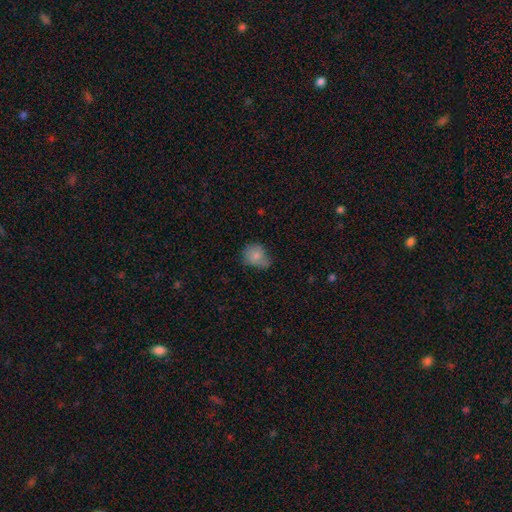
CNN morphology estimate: Smooth or featured?
  - smooth: 76% *
  - featured or disk: 15%
  - star or artifact: 9%
How rounded?
  - round: 59% *
  - in between: 40%
  - cigar-shaped: 1%
Merging?
  - none: 45% *
  - minor disturbance: 38%
  - major disturbance: 13%
  - merger: 4%